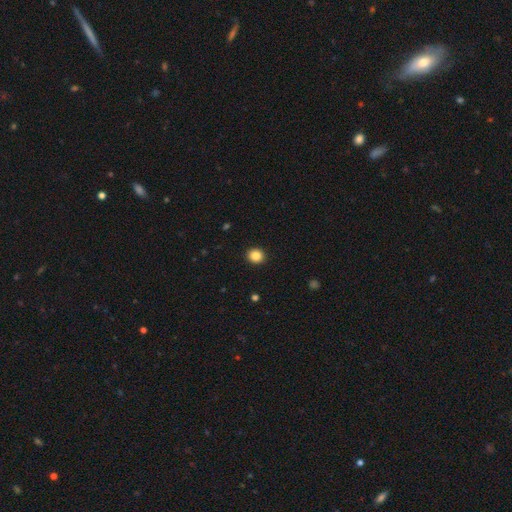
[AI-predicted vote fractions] smooth-or-featured: smooth: 86% | star or artifact: 10% | featured or disk: 4%
  how-rounded: round: 83% | in between: 16% | cigar-shaped: 1%
  merging: none: 92% | minor disturbance: 5% | major disturbance: 2% | merger: 1%